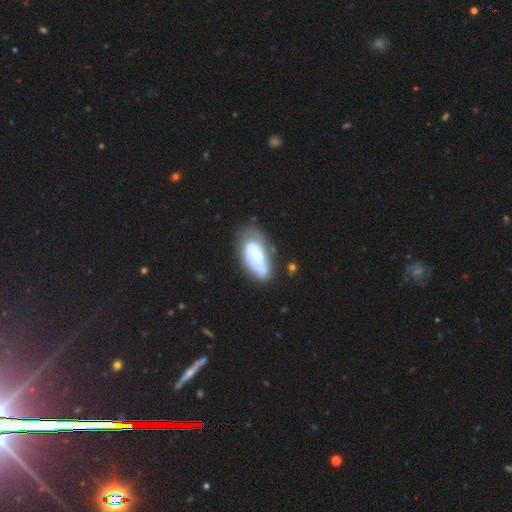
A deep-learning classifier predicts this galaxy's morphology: A featured or disk galaxy (51%).

Vote fractions:
- Smooth or featured? featured or disk: 51% / smooth: 42% / star or artifact: 7%
- Edge-on disk? no: 92% / yes: 8%
- Merging? none: 48% / minor disturbance: 30% / major disturbance: 16% / merger: 6%